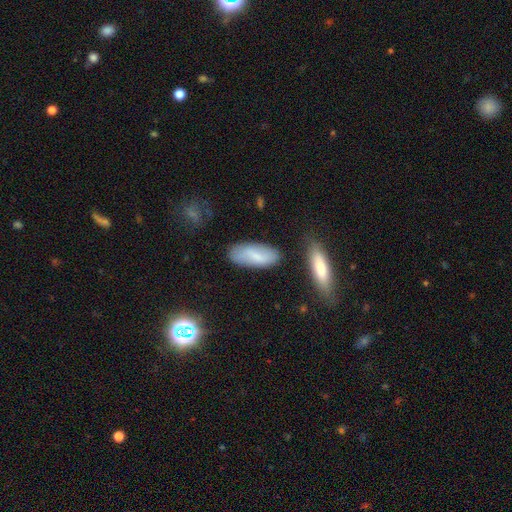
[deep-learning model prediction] A smooth galaxy with no disk features (70%) that is in between round and cigar-shaped (77%). Merging: none (75%).